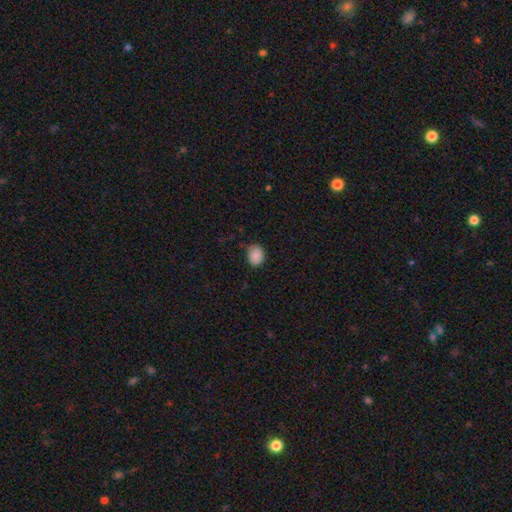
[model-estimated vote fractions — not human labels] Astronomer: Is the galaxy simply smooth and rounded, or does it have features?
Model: smooth — 88%.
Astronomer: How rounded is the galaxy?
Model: in between — 52% (runner-up: round, 47%).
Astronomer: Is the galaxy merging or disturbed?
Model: none — 75%.